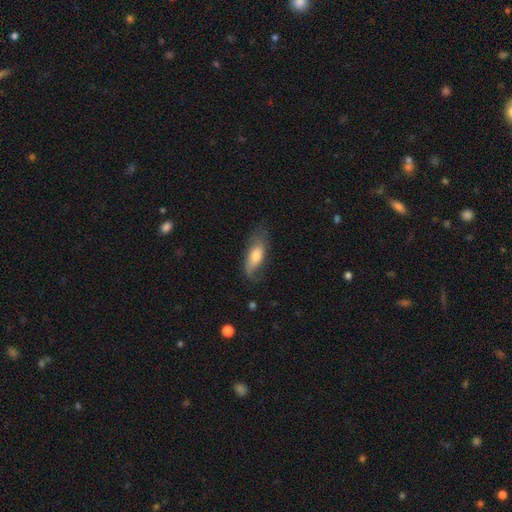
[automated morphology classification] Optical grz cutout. It shows a smooth galaxy with no disk features (58%) that is in between round and cigar-shaped (75%). Merging: none (54%).